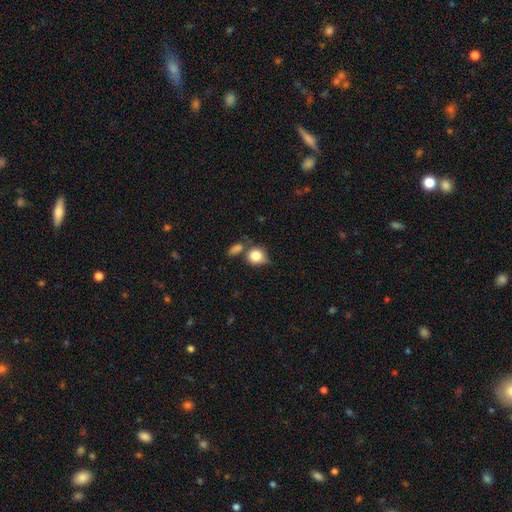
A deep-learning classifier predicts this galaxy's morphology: Smooth or featured: smooth — 80% (featured or disk — 11%)
How rounded: round — 71% (in between — 27%)
Merging: none — 47% (merger — 23%)